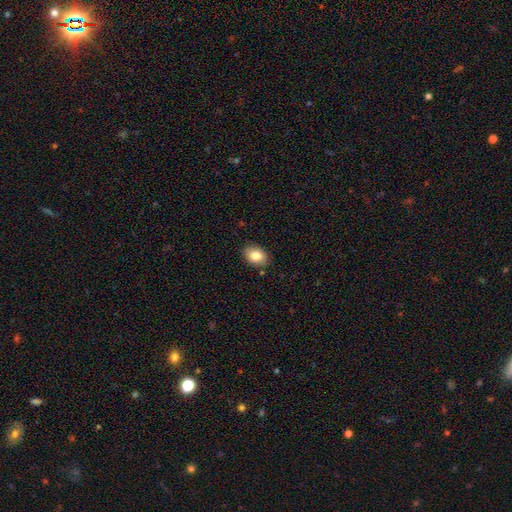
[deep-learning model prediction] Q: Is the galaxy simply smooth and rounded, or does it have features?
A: smooth — 83%.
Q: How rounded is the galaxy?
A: in between — 78%.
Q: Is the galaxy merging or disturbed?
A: none — 86%.